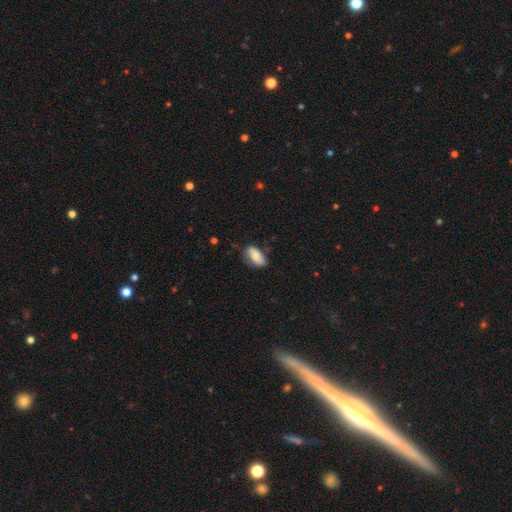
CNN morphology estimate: Smooth or featured? Predicted: smooth (p=0.76). How rounded? Predicted: in between (p=0.92). Merging? Predicted: none (p=0.66).